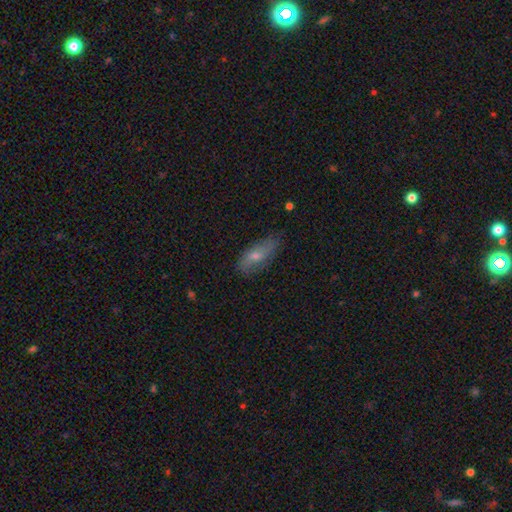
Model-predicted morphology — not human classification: Overall: smooth (50%; featured or disk 41%). How rounded: in between (69%). Merging: none (74%).